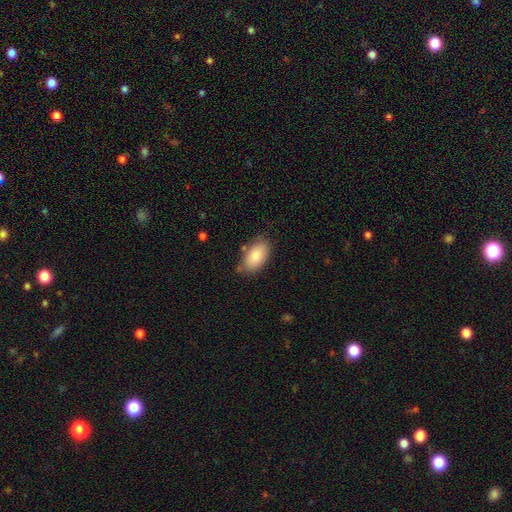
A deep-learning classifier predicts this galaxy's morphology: A smooth galaxy with no disk features (83%) that is in between round and cigar-shaped (94%).

Vote fractions:
- Smooth or featured? smooth: 83% / featured or disk: 10% / star or artifact: 7%
- How rounded? in between: 94% / round: 4% / cigar-shaped: 2%
- Merging? none: 76% / minor disturbance: 17% / major disturbance: 4% / merger: 3%